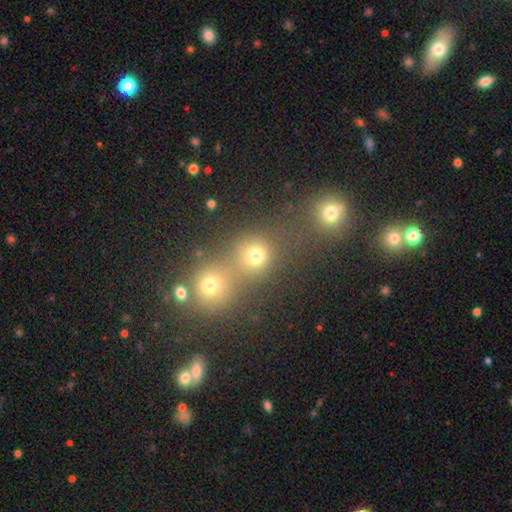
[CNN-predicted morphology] Smooth or featured?
  - smooth: 73% *
  - star or artifact: 19%
  - featured or disk: 8%
How rounded?
  - round: 84% *
  - in between: 15%
  - cigar-shaped: 1%
Merging?
  - merger: 53% *
  - none: 37%
  - minor disturbance: 5%
  - major disturbance: 4%